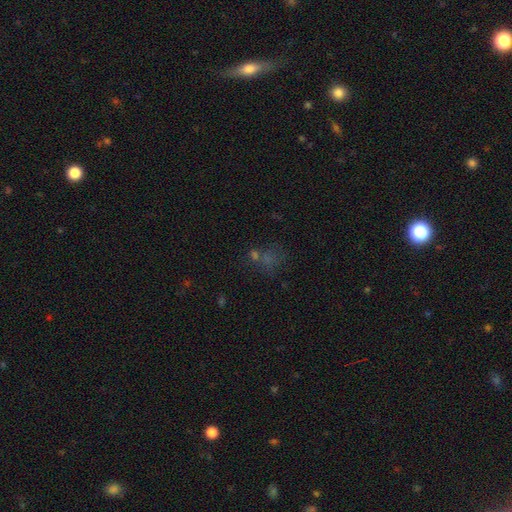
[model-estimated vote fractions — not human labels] Q: Smooth or featured?
A: smooth (44%); runner-up: star or artifact (40%)
Q: Merging?
A: none (50%); runner-up: merger (25%)